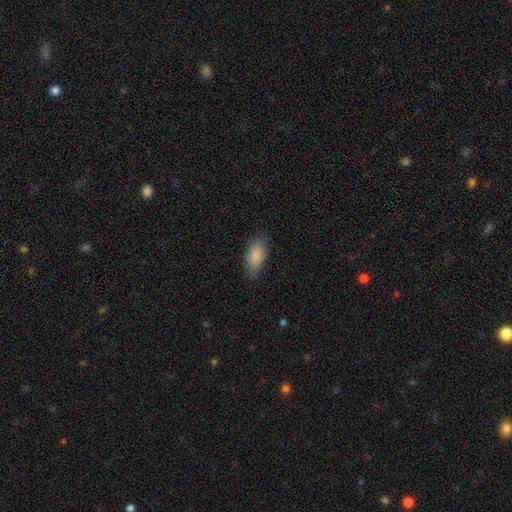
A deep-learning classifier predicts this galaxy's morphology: Overall: smooth (87%). How rounded: in between (90%). Merging: none (81%).